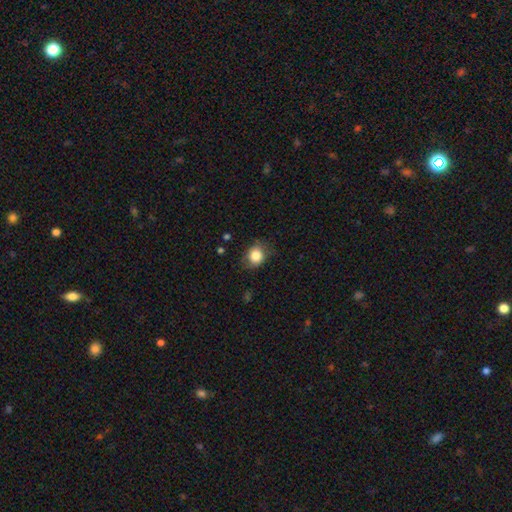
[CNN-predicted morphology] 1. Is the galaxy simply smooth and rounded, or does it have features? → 83% smooth, 9% star or artifact, 8% featured or disk.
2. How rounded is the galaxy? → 60% round, 39% in between, 1% cigar-shaped.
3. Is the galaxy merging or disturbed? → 73% none, 21% minor disturbance, 5% major disturbance, 1% merger.